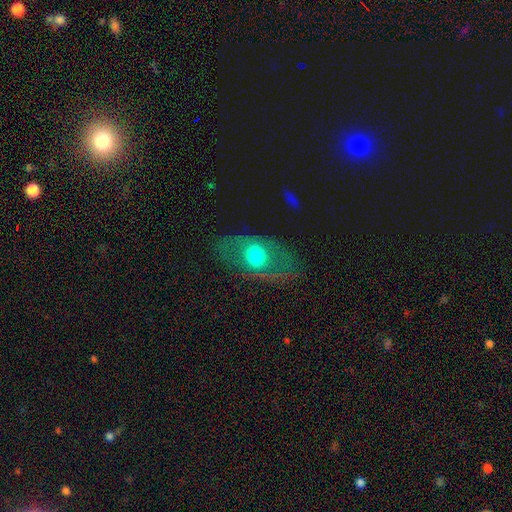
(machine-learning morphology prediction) This appears to be a featured or disk galaxy (47%). Merging: none (78%).